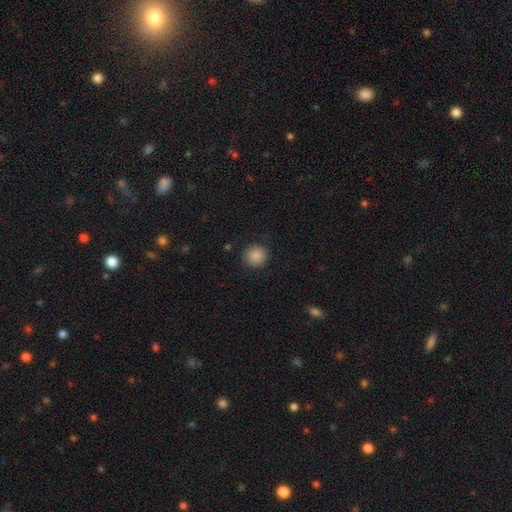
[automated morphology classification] Overall: smooth (88%). How rounded: round (93%). Merging: none (90%).